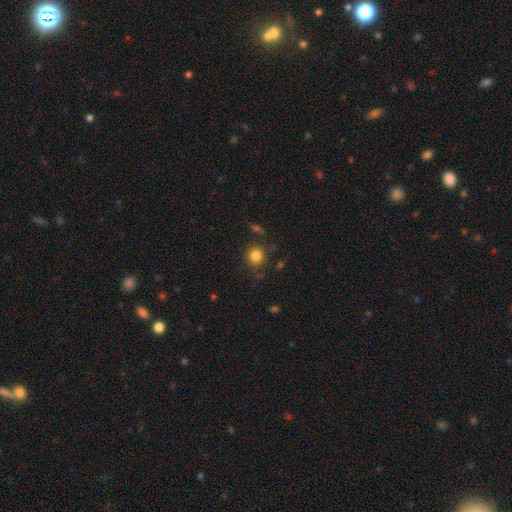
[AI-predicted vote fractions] A smooth galaxy with no disk features (82%) that is round (90%). Merging: none (81%).